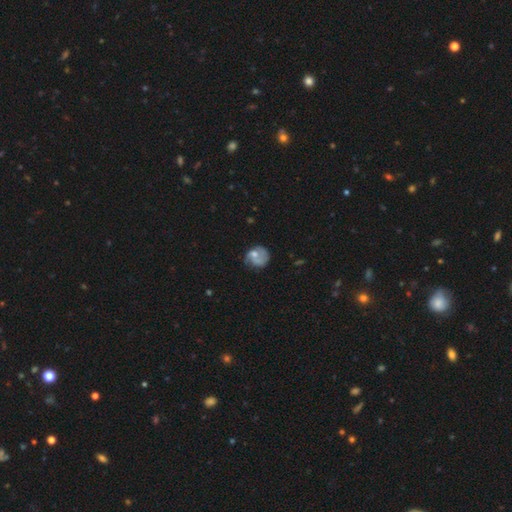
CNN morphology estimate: Overall: featured or disk (54%; smooth 38%). Edge-on disk: no (98%). Bar: no (74%). Spiral arms: yes (71%). Bulge size: moderate (50%; small 31%). Merging: none (49%; minor disturbance 25%).